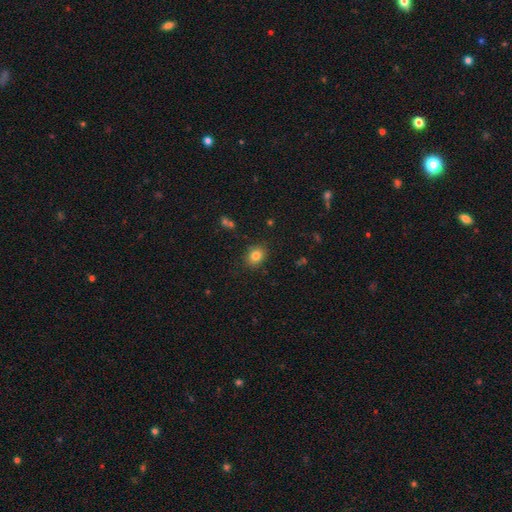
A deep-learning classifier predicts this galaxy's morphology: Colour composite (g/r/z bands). It shows a smooth galaxy with no disk features (82%) that is in between round and cigar-shaped (50%). Merging: none (87%).